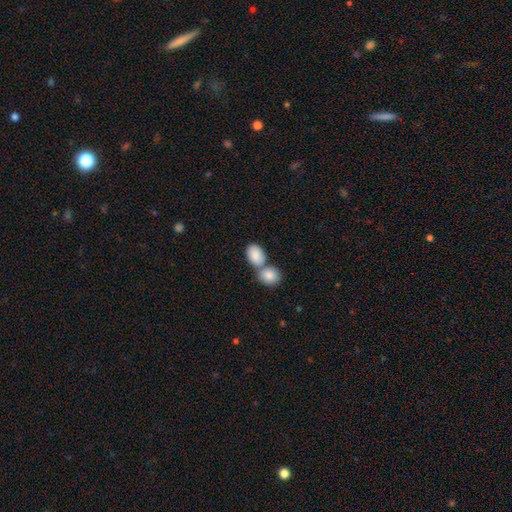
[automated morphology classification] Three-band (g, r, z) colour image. It shows a smooth galaxy with no disk features (87%) that is in between round and cigar-shaped (80%). Merging: merger (60%).